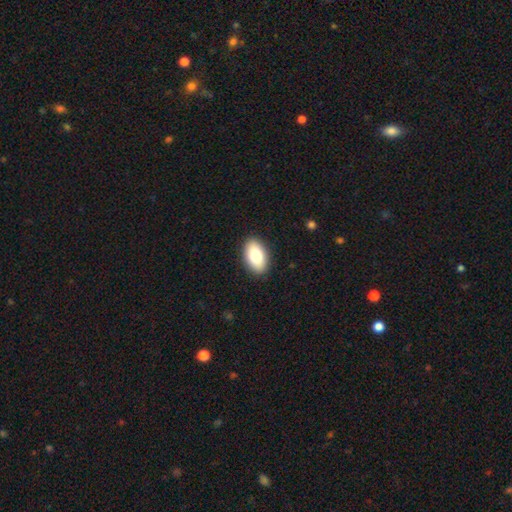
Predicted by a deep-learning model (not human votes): The model was most divided on "smooth or featured": smooth: 79%, featured or disk: 14%, star or artifact: 7%. More confident: how rounded — in between (92%); merging — none (90%).